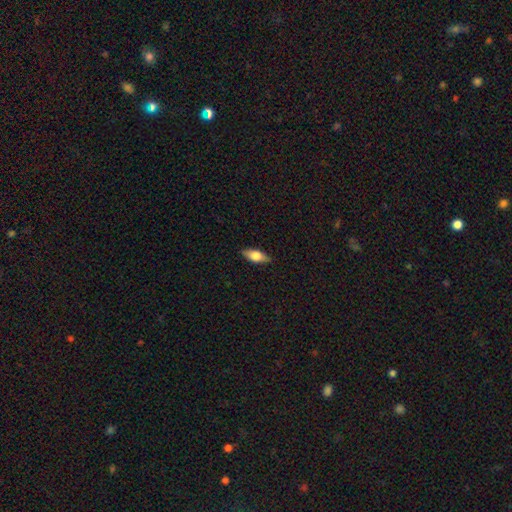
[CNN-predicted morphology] This appears to be a smooth galaxy with no disk features (56%) that is in between round and cigar-shaped (73%). Merging: none (86%).